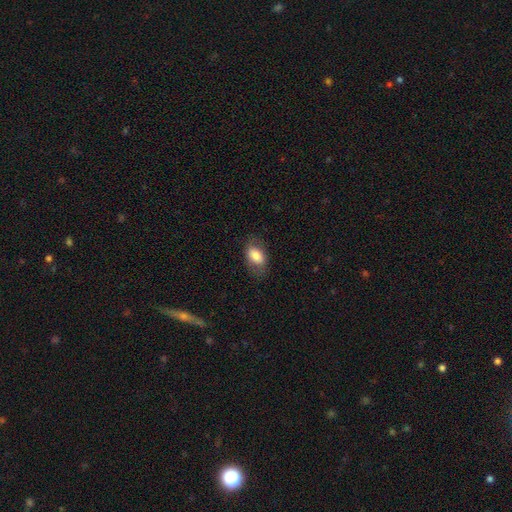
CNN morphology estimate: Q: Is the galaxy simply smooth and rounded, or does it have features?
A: smooth — 79%.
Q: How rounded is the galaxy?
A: in between — 89%.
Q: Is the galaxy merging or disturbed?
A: none — 74%.